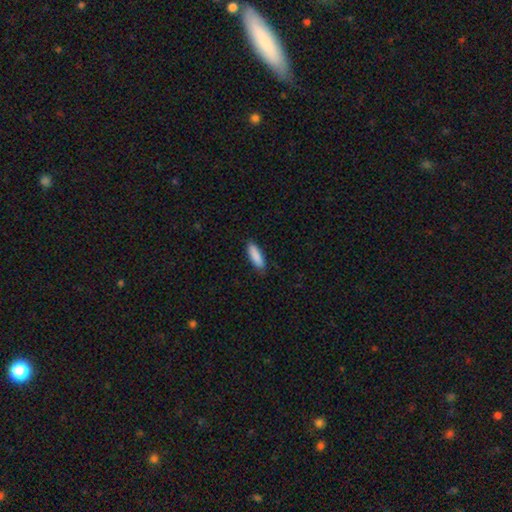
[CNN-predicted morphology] Smooth or featured? Predicted: smooth (p=0.89). How rounded? Predicted: cigar-shaped (p=0.59). Merging? Predicted: none (p=0.88).